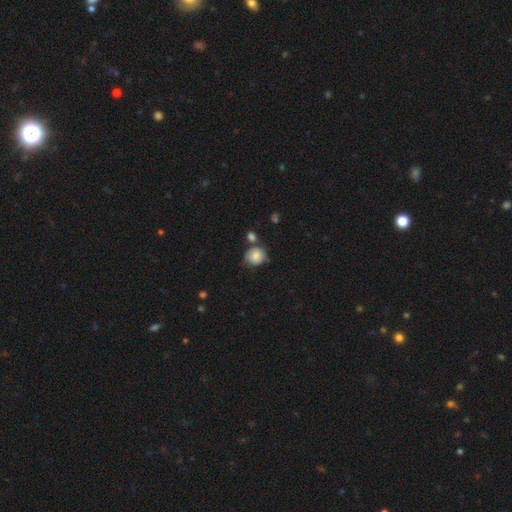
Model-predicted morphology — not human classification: A smooth galaxy with no disk features (84%) that is round (80%). Merging: none (61%).